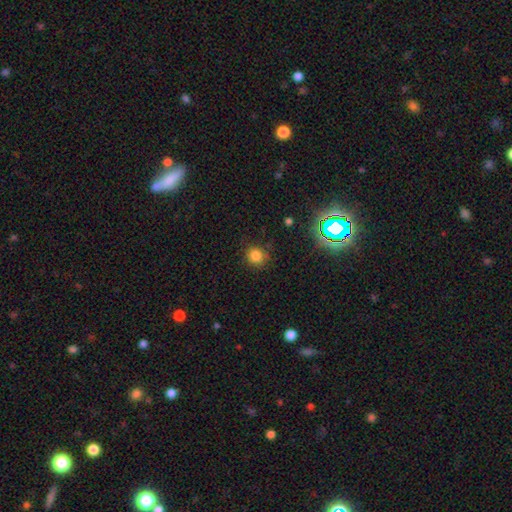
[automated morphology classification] type=smooth (78%); roundness=round (87%); merging=none (82%).